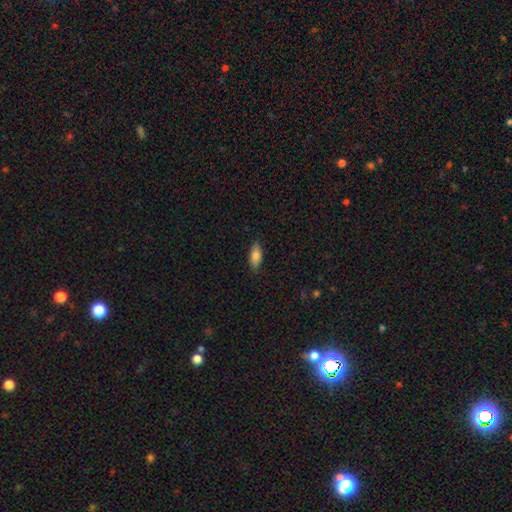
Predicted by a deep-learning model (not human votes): A smooth galaxy with no disk features (81%) that is in between round and cigar-shaped (84%).

Vote fractions:
- Smooth or featured? smooth: 81% / featured or disk: 12% / star or artifact: 7%
- How rounded? in between: 84% / cigar-shaped: 14% / round: 2%
- Merging? none: 86% / minor disturbance: 11% / major disturbance: 2% / merger: 1%